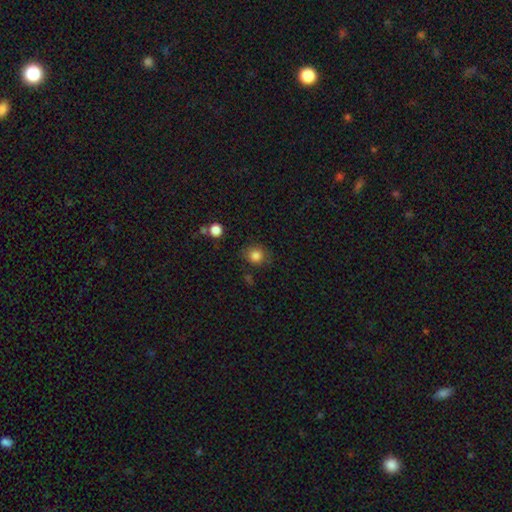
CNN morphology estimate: The model was most divided on "how rounded": round: 78%, in between: 21%, cigar-shaped: 1%. More confident: smooth or featured — smooth (84%); merging — none (76%).